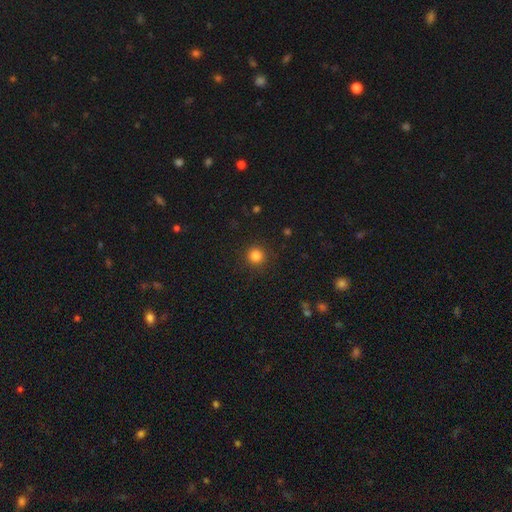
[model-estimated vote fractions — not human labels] This is clearly a smooth galaxy (84%). How rounded: clearly round (95%). Merging: clearly none (90%).